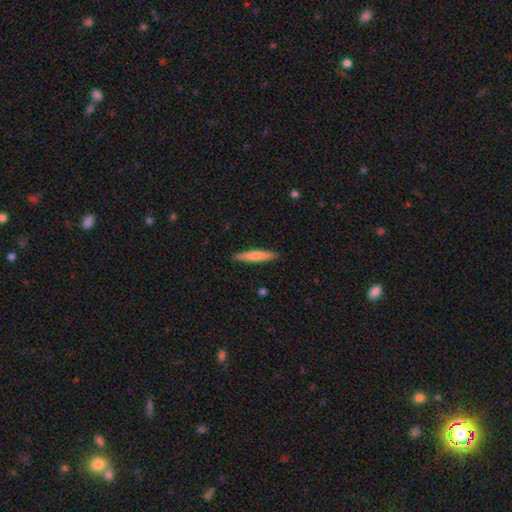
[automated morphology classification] Smooth or featured? smooth (72%)
How rounded? cigar-shaped (90%)
Merging? none (87%)